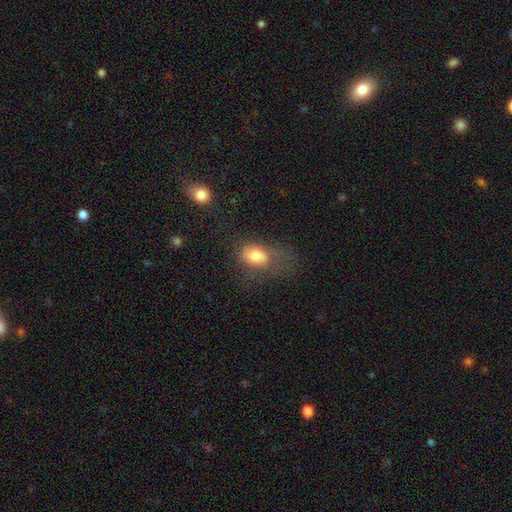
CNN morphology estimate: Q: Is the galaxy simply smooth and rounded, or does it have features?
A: smooth — 75%.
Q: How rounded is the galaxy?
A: in between — 85%.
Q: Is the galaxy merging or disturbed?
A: major disturbance — 36%.